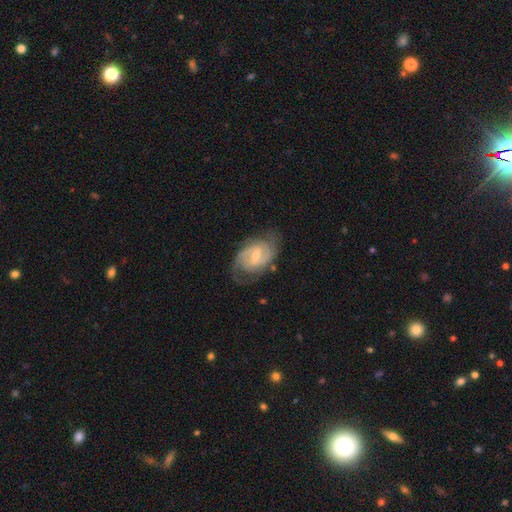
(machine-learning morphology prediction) smooth-or-featured: featured or disk: 86% | smooth: 9% | star or artifact: 5%
  disk-edge-on: no: 97% | yes: 3%
    bar: weak: 59% | no: 21% | strong: 20%
    has-spiral-arms: yes: 96% | no: 4%
      spiral-winding: tight: 46% | medium: 43% | loose: 11%
      spiral-arm-count: 2: 75% | can't tell: 11% | 3: 8% | 1: 2% | 4: 2% | more than 4: 2%
    bulge-size: small: 52% | moderate: 43% | none: 2% | large: 2% | dominant: 1%
  merging: none: 71% | minor disturbance: 19% | major disturbance: 8% | merger: 2%